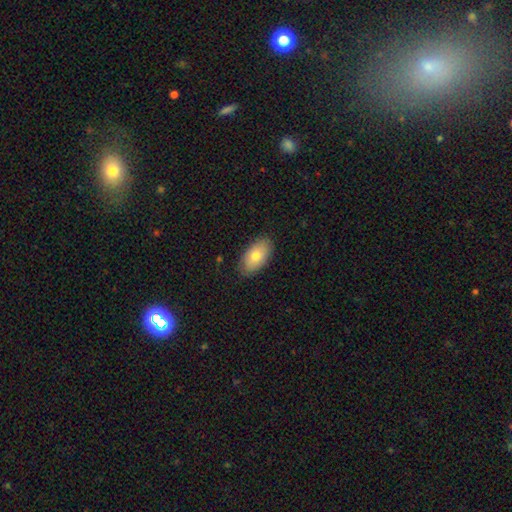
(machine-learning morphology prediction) smooth_or_featured: smooth (p=0.78) [alt: featured or disk p=0.16]
how_rounded: in between (p=0.94) [alt: round p=0.04]
merging: none (p=0.85) [alt: minor disturbance p=0.12]